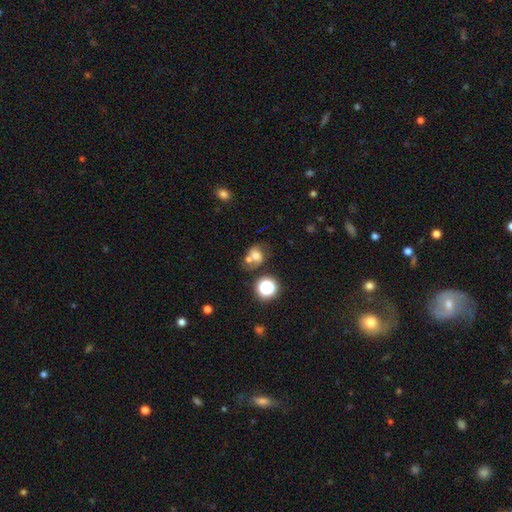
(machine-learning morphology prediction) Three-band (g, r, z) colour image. It shows a smooth galaxy with no disk features (53%) that is round (51%). Merging: merger (41%).